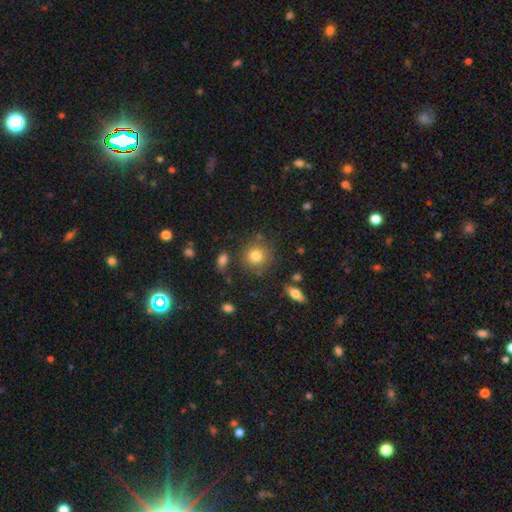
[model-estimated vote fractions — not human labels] Overall: smooth (80%). How rounded: round (90%). Merging: none (80%).